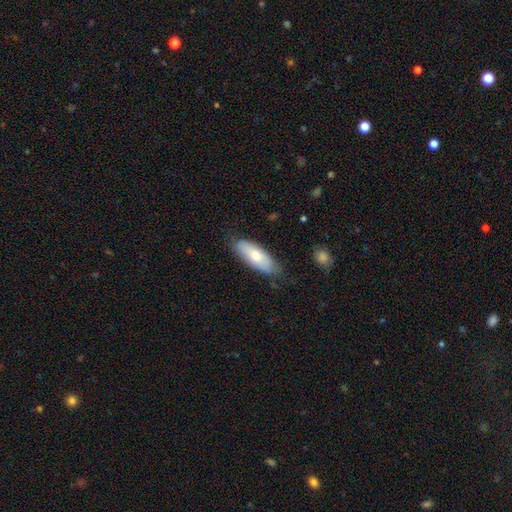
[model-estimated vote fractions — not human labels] Smooth or featured?
  - smooth: 73% *
  - featured or disk: 21%
  - star or artifact: 6%
How rounded?
  - in between: 74% *
  - cigar-shaped: 24%
  - round: 2%
Merging?
  - none: 72% *
  - minor disturbance: 22%
  - major disturbance: 4%
  - merger: 2%